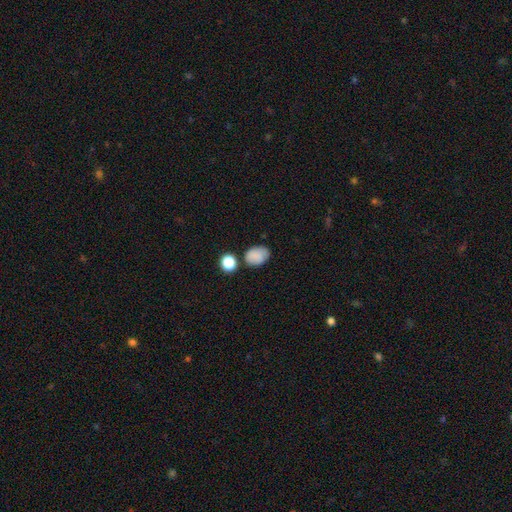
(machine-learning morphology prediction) This is clearly a smooth galaxy (85%). How rounded: likely in between (73%). Merging: likely none (70%).